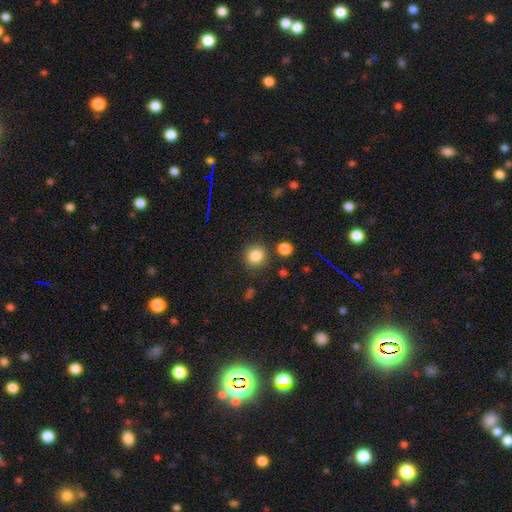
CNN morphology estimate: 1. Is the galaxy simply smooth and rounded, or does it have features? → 84% smooth, 11% star or artifact, 5% featured or disk.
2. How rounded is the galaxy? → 88% round, 11% in between, 1% cigar-shaped.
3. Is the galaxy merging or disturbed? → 84% none, 9% minor disturbance, 4% merger, 3% major disturbance.